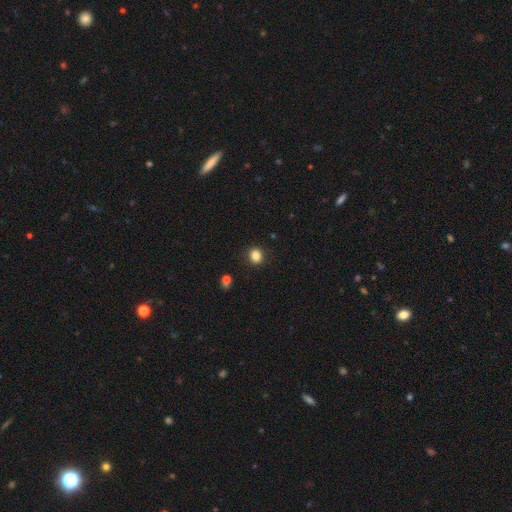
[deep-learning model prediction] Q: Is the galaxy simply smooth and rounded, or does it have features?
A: smooth — 84%.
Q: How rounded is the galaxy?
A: round — 75%.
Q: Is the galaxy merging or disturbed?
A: none — 89%.